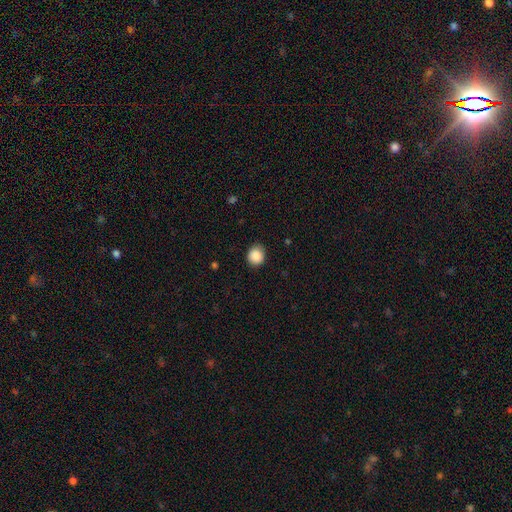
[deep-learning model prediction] Smooth or featured?
  - smooth: 88% *
  - star or artifact: 9%
  - featured or disk: 3%
How rounded?
  - round: 84% *
  - in between: 15%
  - cigar-shaped: 1%
Merging?
  - none: 86% *
  - minor disturbance: 10%
  - major disturbance: 2%
  - merger: 1%